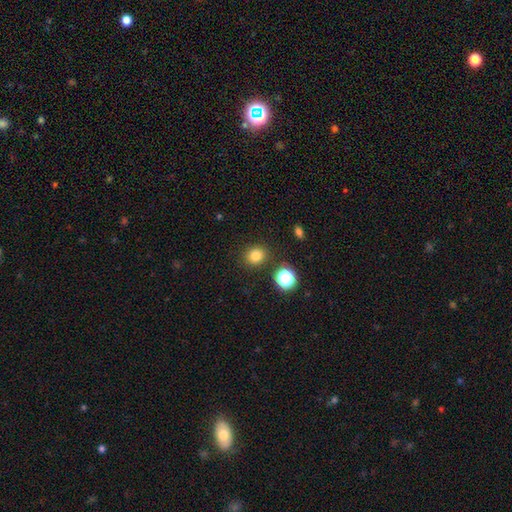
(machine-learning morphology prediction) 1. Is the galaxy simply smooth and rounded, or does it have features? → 80% smooth, 14% star or artifact, 6% featured or disk.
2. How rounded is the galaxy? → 71% round, 28% in between, 1% cigar-shaped.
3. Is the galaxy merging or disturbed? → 86% none, 8% minor disturbance, 4% merger, 3% major disturbance.